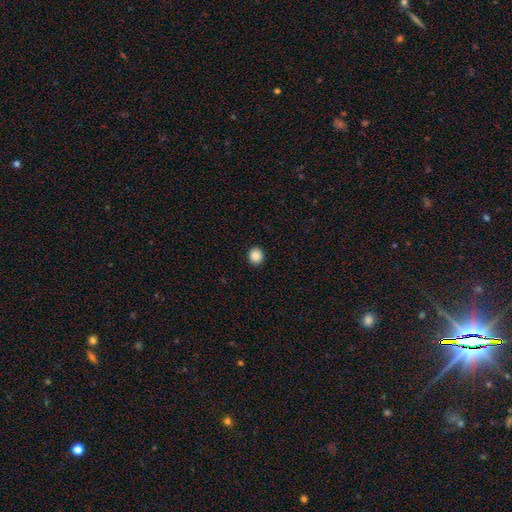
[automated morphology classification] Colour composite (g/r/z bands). It shows a smooth galaxy with no disk features (88%) that is round (87%). Merging: none (93%).